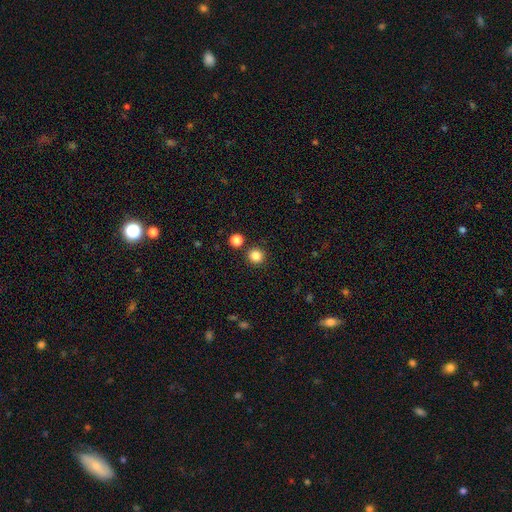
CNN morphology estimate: type=smooth (84%); roundness=round (94%); merging=none (88%).